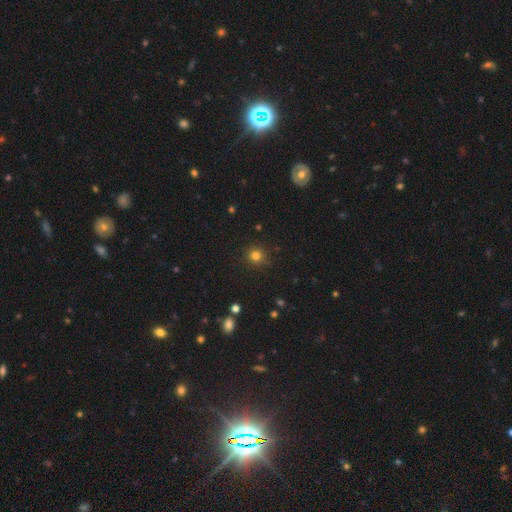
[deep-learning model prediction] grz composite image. It shows a smooth galaxy with no disk features (78%) that is round (93%). Merging: none (88%).